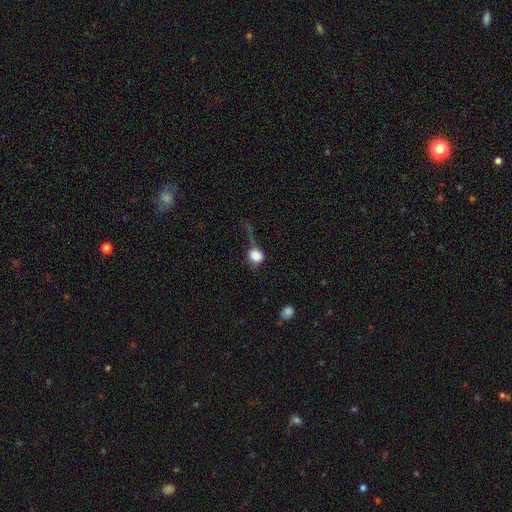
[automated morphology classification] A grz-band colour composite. It shows a smooth galaxy with no disk features (78%) that is round (75%). Merging: major disturbance (40%).